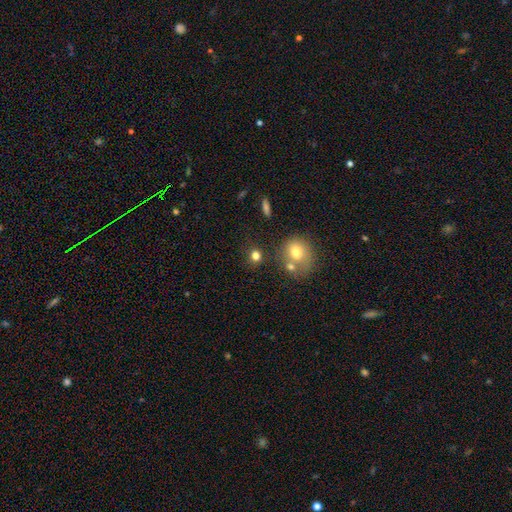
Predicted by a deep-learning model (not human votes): Smooth or featured? smooth (79%)
How rounded? round (80%)
Merging? none (69%)